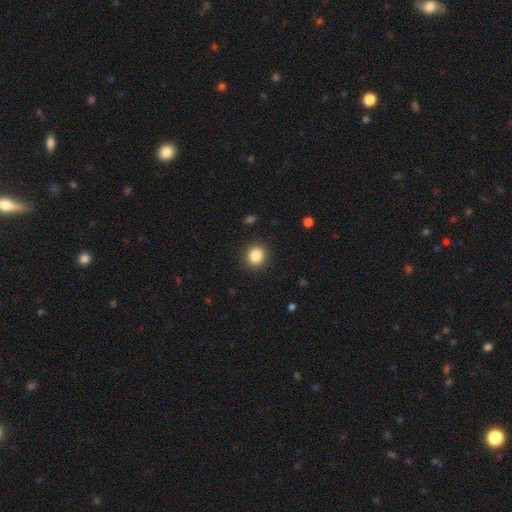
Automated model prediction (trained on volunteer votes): smooth 85%, star or artifact 10%, featured or disk 5%. Down the decision tree: how rounded — round (83%); merging — none (90%).